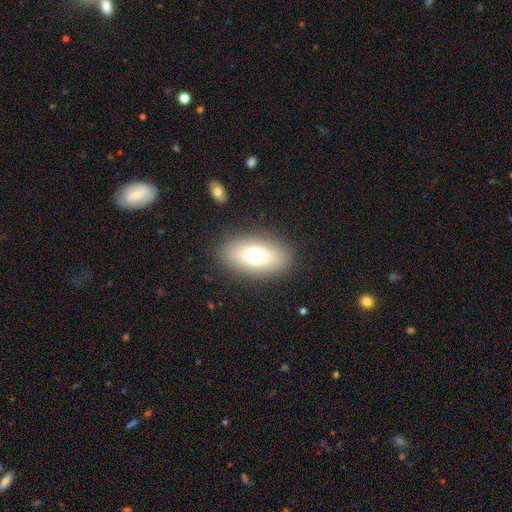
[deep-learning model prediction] A smooth galaxy with no disk features (68%) that is in between round and cigar-shaped (85%).

Vote fractions:
- Smooth or featured? smooth: 68% / featured or disk: 19% / star or artifact: 13%
- How rounded? in between: 85% / round: 12% / cigar-shaped: 4%
- Merging? none: 86% / minor disturbance: 8% / major disturbance: 4% / merger: 1%